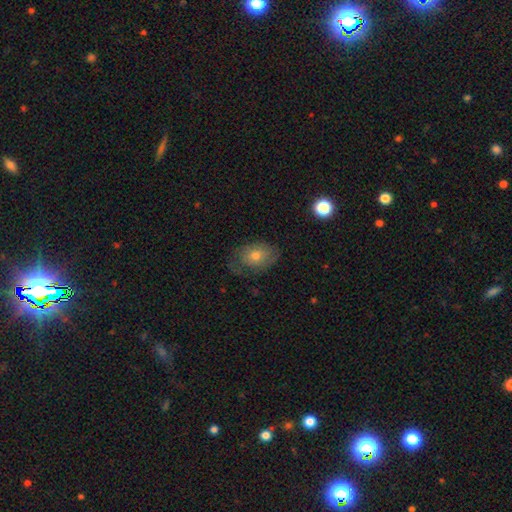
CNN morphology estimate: type=smooth (55%); roundness=in between (72%); merging=none (61%).